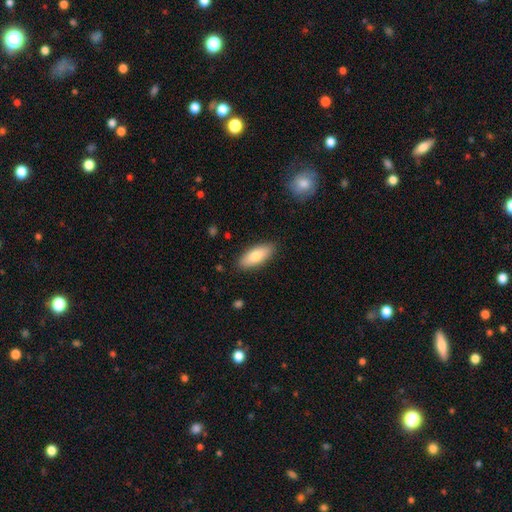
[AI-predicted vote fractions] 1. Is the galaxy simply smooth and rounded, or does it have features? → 79% smooth, 15% featured or disk, 6% star or artifact.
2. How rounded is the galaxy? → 77% in between, 21% cigar-shaped, 2% round.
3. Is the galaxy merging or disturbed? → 88% none, 9% minor disturbance, 2% major disturbance, 1% merger.